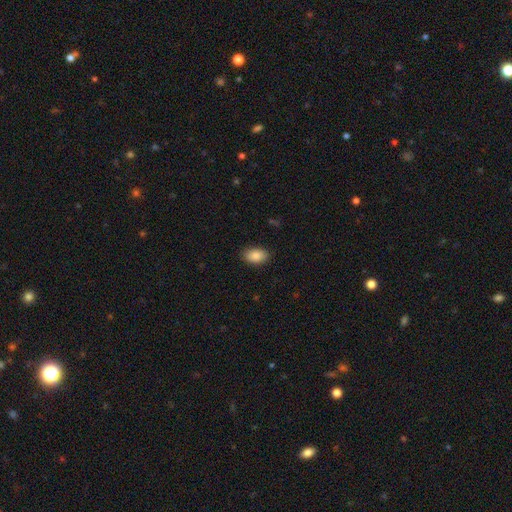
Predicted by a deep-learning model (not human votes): Smooth or featured: smooth — 88% (star or artifact — 7%)
How rounded: in between — 91% (round — 7%)
Merging: none — 88% (minor disturbance — 9%)